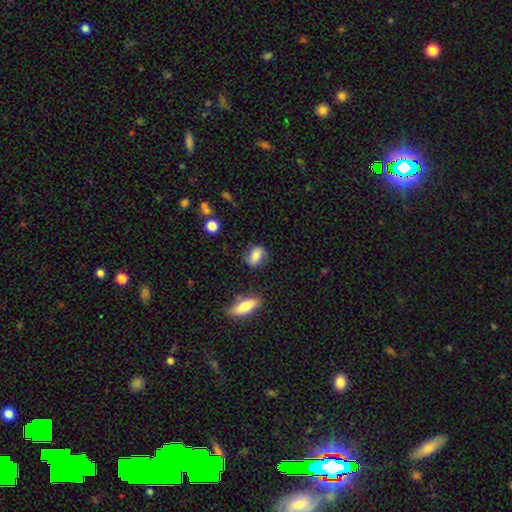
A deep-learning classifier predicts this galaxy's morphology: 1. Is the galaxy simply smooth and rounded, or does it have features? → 68% smooth, 24% featured or disk, 8% star or artifact.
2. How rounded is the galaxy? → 74% in between, 21% round, 6% cigar-shaped.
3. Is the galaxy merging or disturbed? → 70% none, 20% minor disturbance, 6% major disturbance, 4% merger.